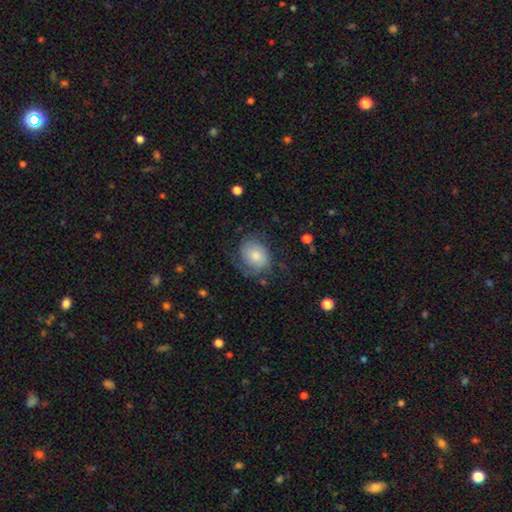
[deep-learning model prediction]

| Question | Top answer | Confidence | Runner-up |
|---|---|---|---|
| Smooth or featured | smooth | 52% | featured or disk (40%) |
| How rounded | in between | 50% | round (49%) |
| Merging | none | 53% | minor disturbance (24%) |